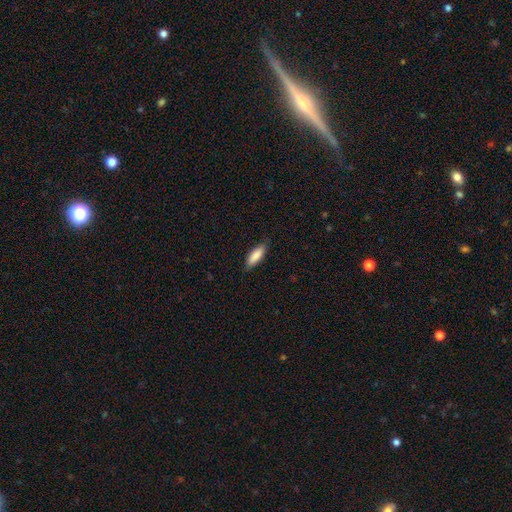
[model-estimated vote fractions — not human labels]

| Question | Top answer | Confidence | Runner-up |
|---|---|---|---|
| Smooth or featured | smooth | 88% | featured or disk (7%) |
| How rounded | in between | 59% | cigar-shaped (39%) |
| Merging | none | 85% | minor disturbance (12%) |